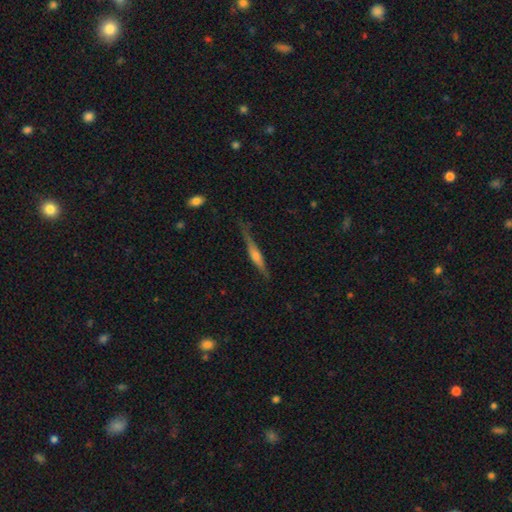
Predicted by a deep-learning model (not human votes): The model was most divided on "smooth or featured": featured or disk: 71%, smooth: 21%, star or artifact: 7%. More confident: edge-on disk — yes (97%); merging — none (78%); edge-on bulge — rounded (76%).